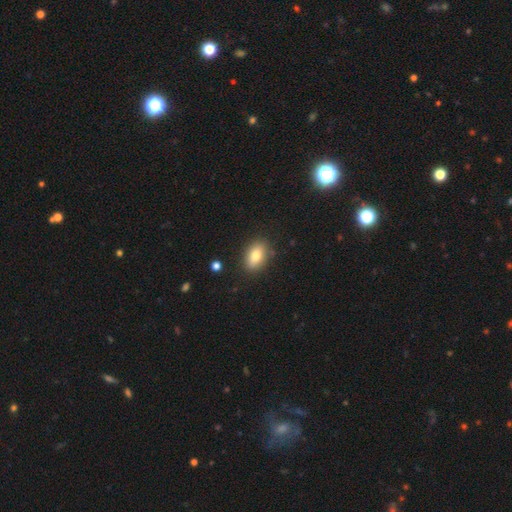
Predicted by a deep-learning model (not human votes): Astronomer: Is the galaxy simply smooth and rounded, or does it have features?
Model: smooth — 80%.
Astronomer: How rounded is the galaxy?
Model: in between — 86%.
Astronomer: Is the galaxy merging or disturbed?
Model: none — 85%.